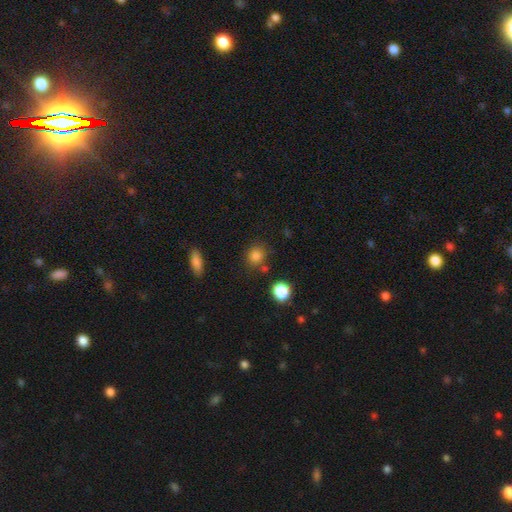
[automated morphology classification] The model was most divided on "merging": none: 76%, minor disturbance: 12%, merger: 8%, major disturbance: 4%. More confident: smooth or featured — smooth (82%); how rounded — round (82%).